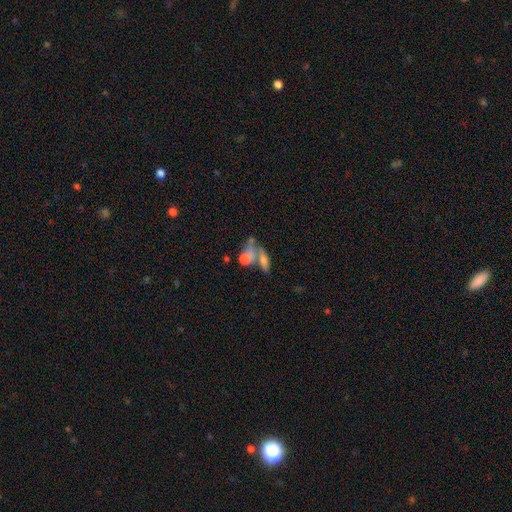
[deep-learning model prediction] Overall: featured or disk (42%; smooth 40%). Merging: merger (51%; none 28%).